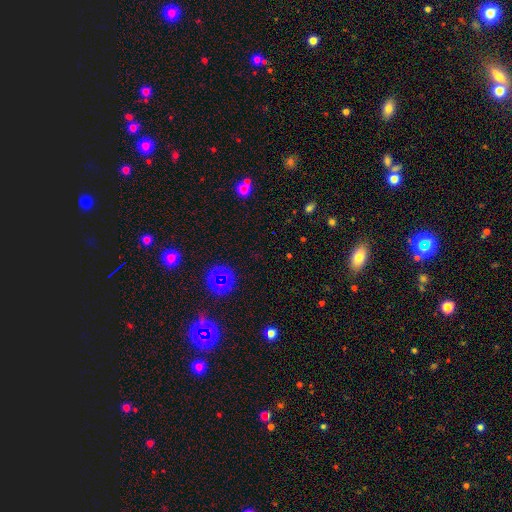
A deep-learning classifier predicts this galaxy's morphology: The model was most divided on "smooth or featured": star or artifact: 60%, smooth: 29%, featured or disk: 11%.